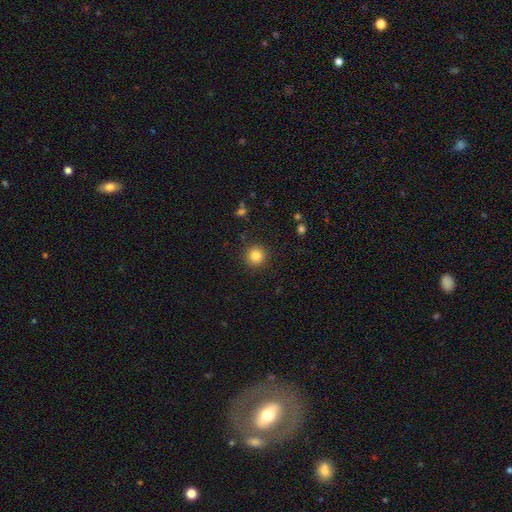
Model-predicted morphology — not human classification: smooth_or_featured: smooth (p=0.84) [alt: star or artifact p=0.11]
how_rounded: round (p=0.94) [alt: in between p=0.05]
merging: none (p=0.91) [alt: minor disturbance p=0.06]